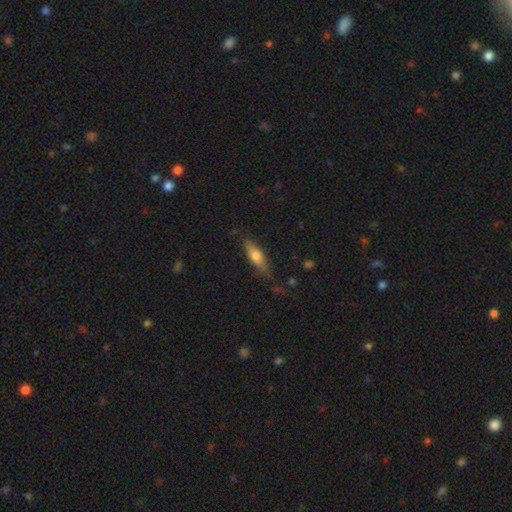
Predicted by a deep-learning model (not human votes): Morphology: type=smooth (64%); roundness=in between (50%); merging=none (73%).